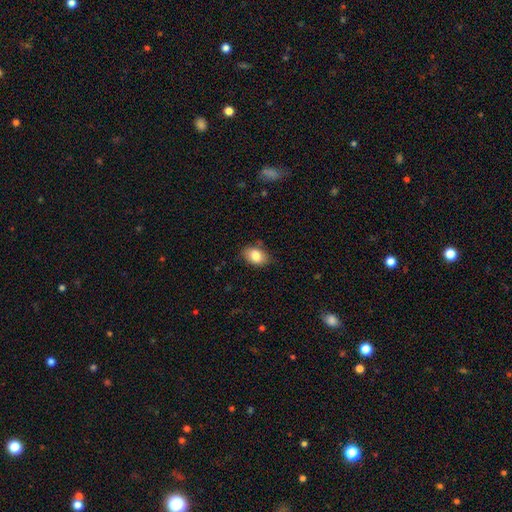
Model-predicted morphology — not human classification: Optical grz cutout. It shows a smooth galaxy with no disk features (82%) that is in between round and cigar-shaped (83%). Merging: none (79%).